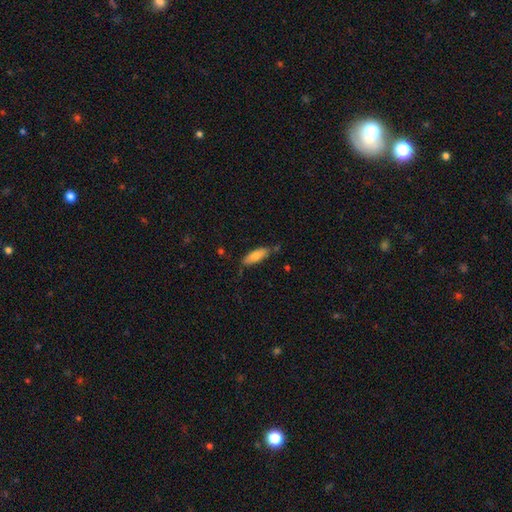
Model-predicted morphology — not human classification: A smooth galaxy with no disk features (78%) that is in between round and cigar-shaped (58%). Merging: none (72%).